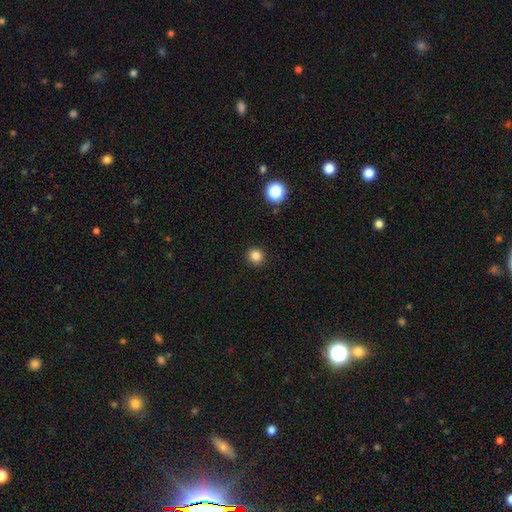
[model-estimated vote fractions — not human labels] smooth-or-featured: smooth: 83% | star or artifact: 13% | featured or disk: 4%
  how-rounded: round: 89% | in between: 10% | cigar-shaped: 1%
  merging: none: 92% | minor disturbance: 6% | major disturbance: 2% | merger: 1%